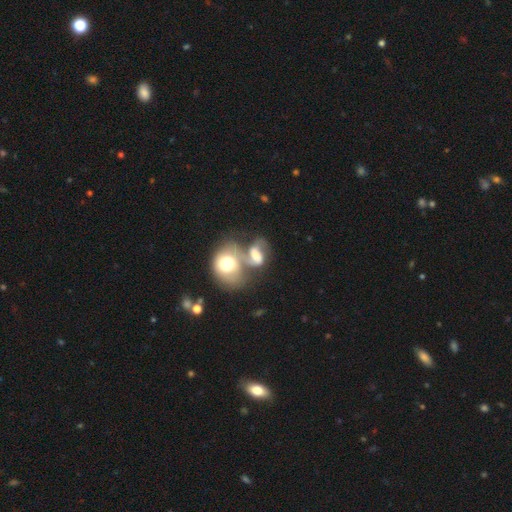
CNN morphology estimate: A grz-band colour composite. It shows a featured or disk galaxy (48%). Merging: merger (62%).